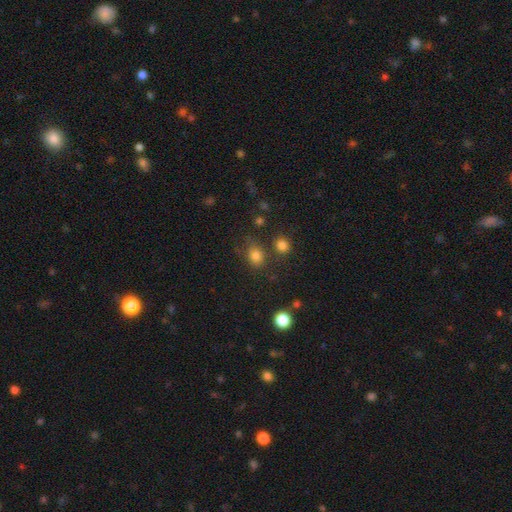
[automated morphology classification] Smooth or featured?
  - smooth: 79% *
  - star or artifact: 15%
  - featured or disk: 6%
How rounded?
  - round: 57% *
  - in between: 42%
  - cigar-shaped: 1%
Merging?
  - none: 69% *
  - minor disturbance: 16%
  - merger: 9%
  - major disturbance: 6%